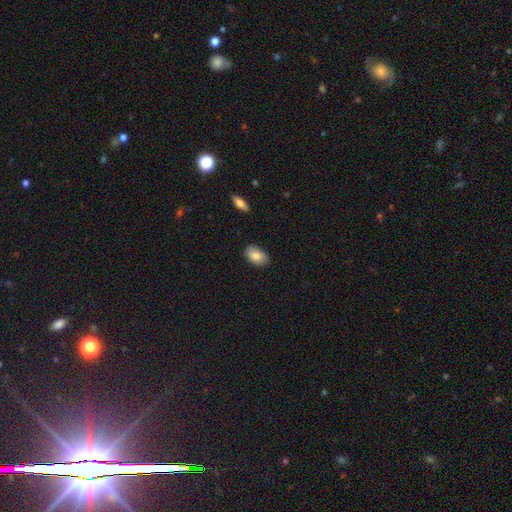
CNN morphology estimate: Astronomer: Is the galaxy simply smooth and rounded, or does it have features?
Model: smooth — 85%.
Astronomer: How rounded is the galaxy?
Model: in between — 92%.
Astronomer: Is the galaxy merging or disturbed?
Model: none — 83%.